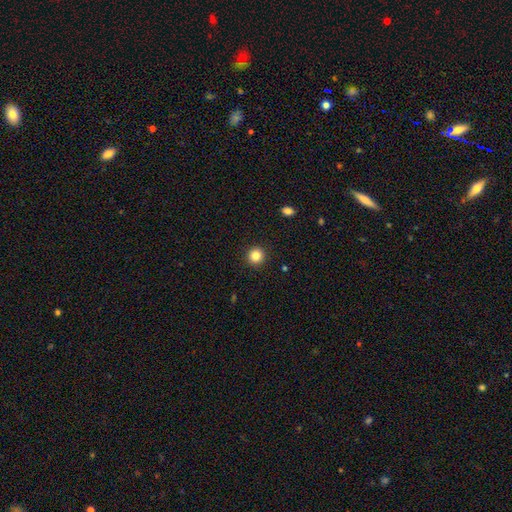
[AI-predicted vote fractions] Smooth or featured: smooth — 84% (star or artifact — 11%)
How rounded: round — 95% (in between — 4%)
Merging: none — 93% (minor disturbance — 4%)